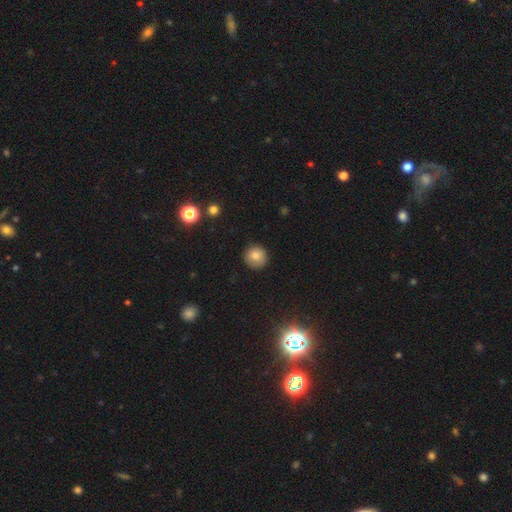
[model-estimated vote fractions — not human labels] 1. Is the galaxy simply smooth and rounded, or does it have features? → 80% smooth, 11% star or artifact, 8% featured or disk.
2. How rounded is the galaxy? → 94% round, 5% in between, 1% cigar-shaped.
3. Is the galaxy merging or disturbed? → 88% none, 8% minor disturbance, 2% major disturbance, 1% merger.